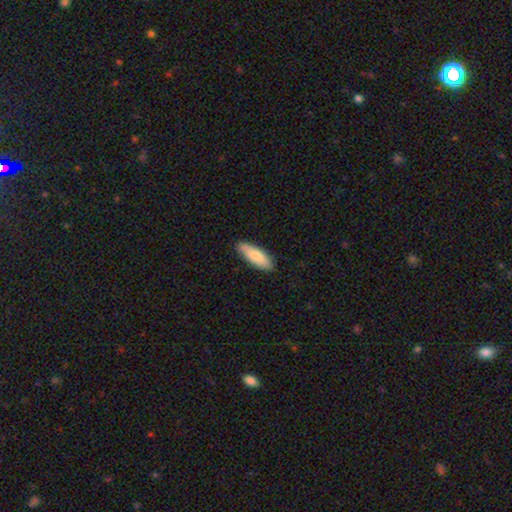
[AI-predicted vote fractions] Smooth or featured: smooth — 82% (featured or disk — 13%)
How rounded: in between — 61% (cigar-shaped — 37%)
Merging: none — 85% (minor disturbance — 12%)